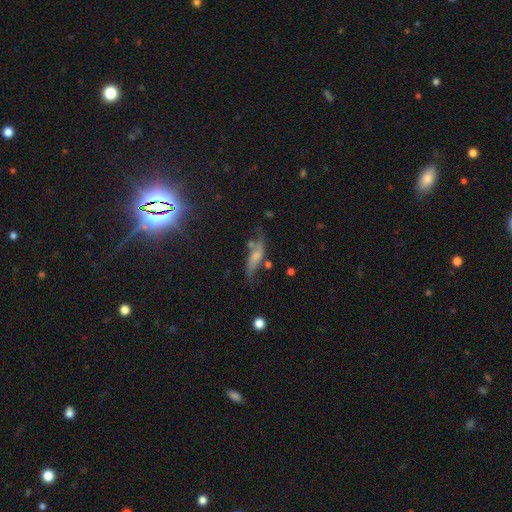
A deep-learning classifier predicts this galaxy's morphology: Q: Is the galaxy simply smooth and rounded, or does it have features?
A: featured or disk — 45%.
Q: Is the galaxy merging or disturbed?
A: none — 49%.